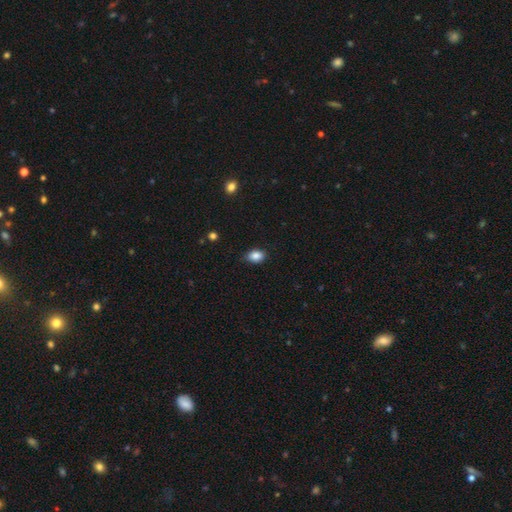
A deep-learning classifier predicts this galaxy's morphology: This is clearly a smooth galaxy (87%). How rounded: likely in between (79%). Merging: likely none (80%).